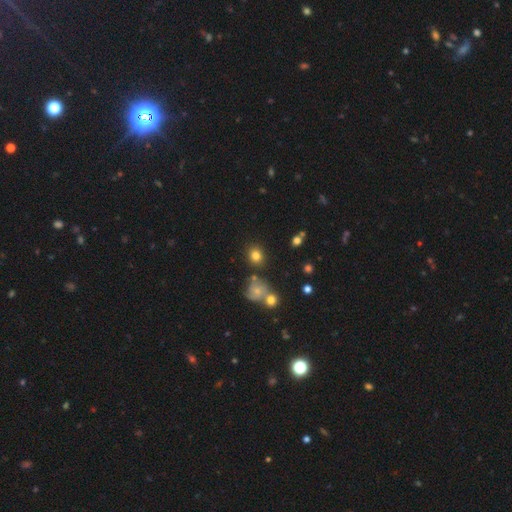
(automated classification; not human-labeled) This is likely a smooth galaxy (79%). How rounded: likely round (73%). Merging: likely none (77%).